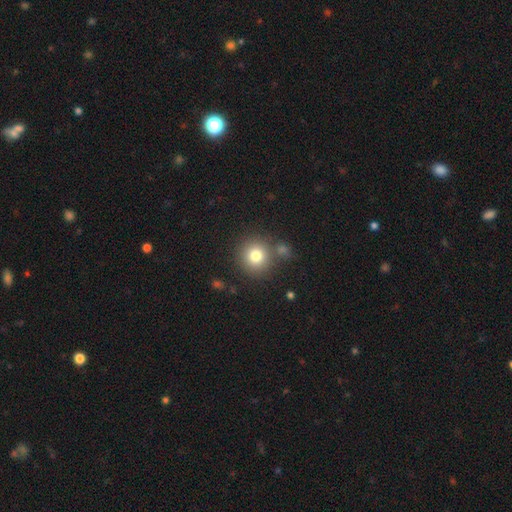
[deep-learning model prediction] Q: Smooth or featured?
A: smooth (79%); runner-up: star or artifact (12%)
Q: How rounded?
A: round (92%); runner-up: in between (7%)
Q: Merging?
A: none (77%); runner-up: merger (11%)